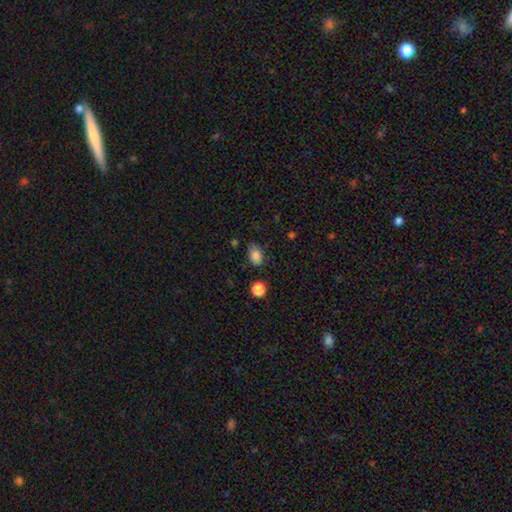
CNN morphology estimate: smooth-or-featured: smooth: 84% | star or artifact: 10% | featured or disk: 6%
  how-rounded: in between: 84% | round: 14% | cigar-shaped: 1%
  merging: none: 71% | minor disturbance: 22% | major disturbance: 5% | merger: 2%